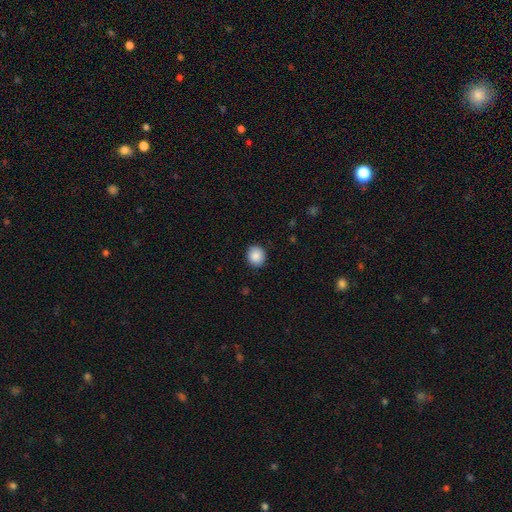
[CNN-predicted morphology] The model was most divided on "how rounded": round: 82%, in between: 17%, cigar-shaped: 1%. More confident: merging — none (90%); smooth or featured — smooth (89%).